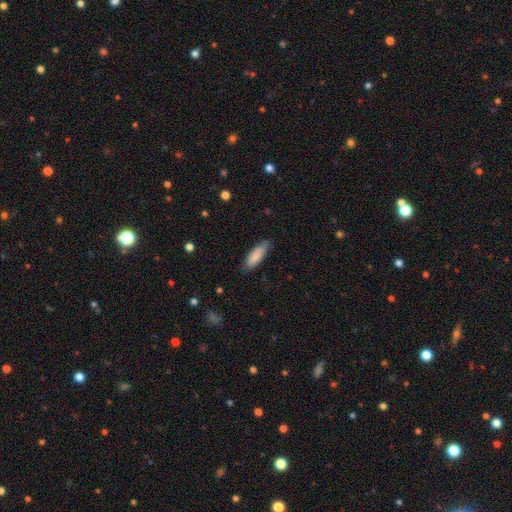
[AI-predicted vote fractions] This appears to be a smooth galaxy with no disk features (85%) that is in between round and cigar-shaped (55%). Merging: none (78%).